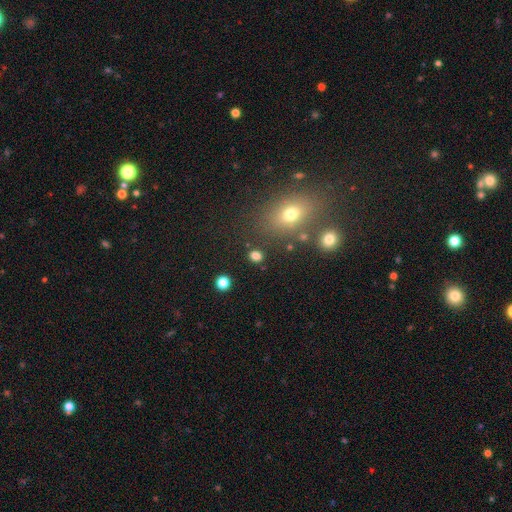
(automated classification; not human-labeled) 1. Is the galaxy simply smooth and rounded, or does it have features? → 79% smooth, 16% star or artifact, 6% featured or disk.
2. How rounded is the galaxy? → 63% round, 35% in between, 2% cigar-shaped.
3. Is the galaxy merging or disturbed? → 83% none, 9% minor disturbance, 5% merger, 4% major disturbance.